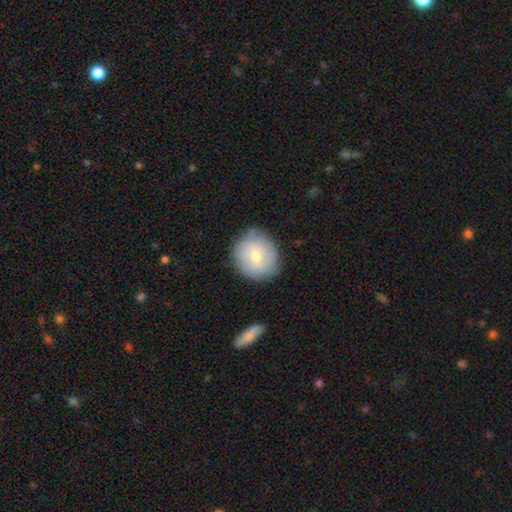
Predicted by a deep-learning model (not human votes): smooth_or_featured: smooth (p=0.62) [alt: featured or disk p=0.31]
how_rounded: round (p=0.81) [alt: in between p=0.18]
merging: none (p=0.75) [alt: minor disturbance p=0.18]